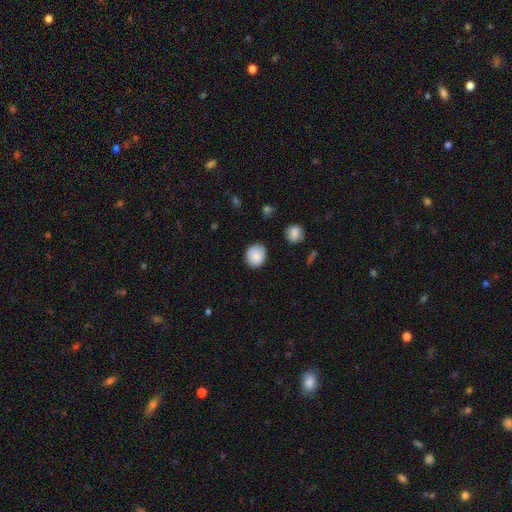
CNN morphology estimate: Smooth or featured? Predicted: smooth (p=0.86). How rounded? Predicted: round (p=0.80). Merging? Predicted: none (p=0.82).